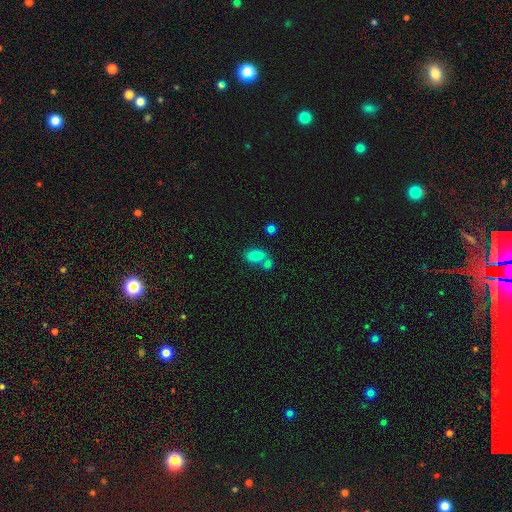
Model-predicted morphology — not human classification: type=smooth (82%); roundness=in between (89%); merging=merger (43%).